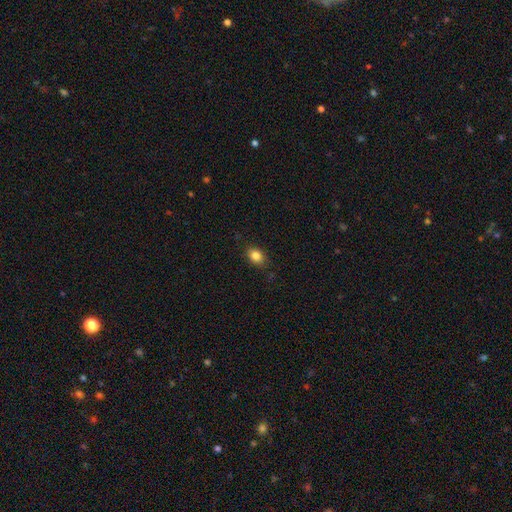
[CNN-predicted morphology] type=smooth (84%); roundness=in between (67%); merging=none (83%).